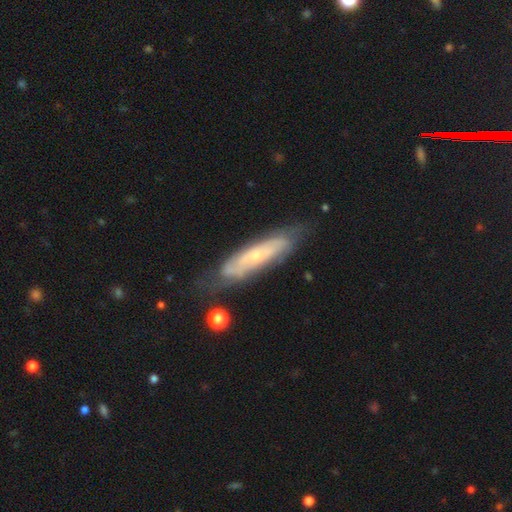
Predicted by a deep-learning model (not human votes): featured or disk 67%, smooth 26%, star or artifact 7%. Down the decision tree: edge-on disk — no (69%); merging — none (69%).